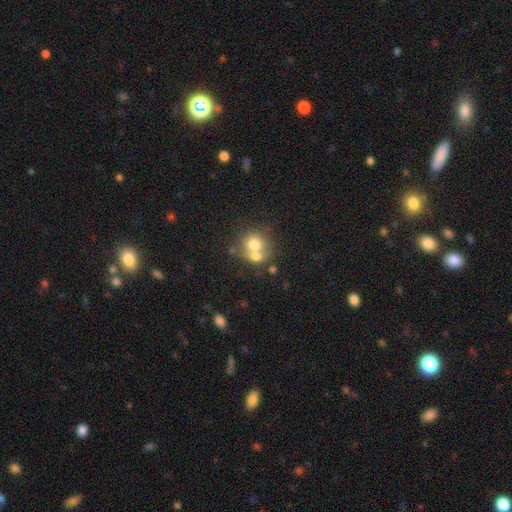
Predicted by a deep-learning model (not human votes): A smooth galaxy with no disk features (68%) that is round (80%). Merging: merger (57%).